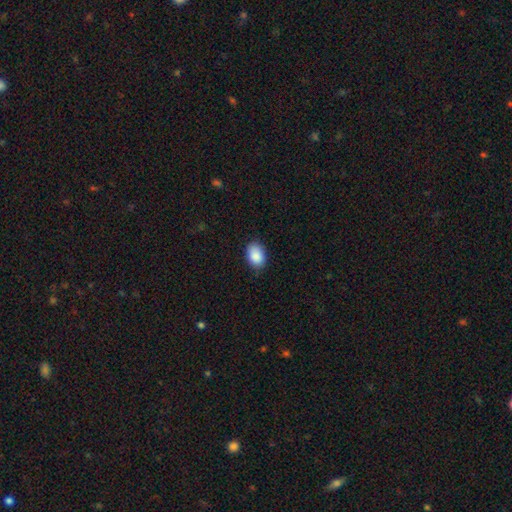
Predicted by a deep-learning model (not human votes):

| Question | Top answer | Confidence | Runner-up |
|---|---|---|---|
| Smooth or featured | smooth | 89% | star or artifact (7%) |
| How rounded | in between | 85% | round (14%) |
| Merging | none | 82% | minor disturbance (15%) |